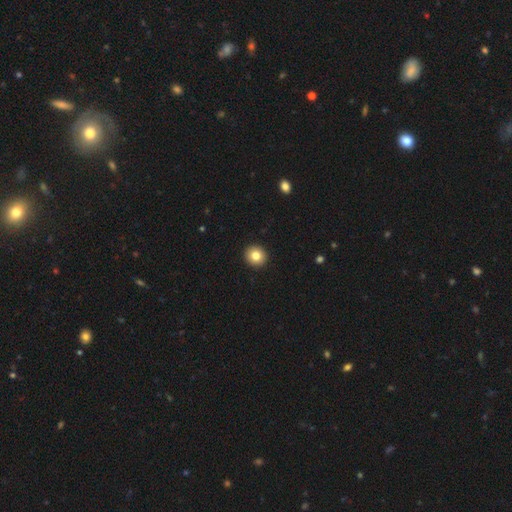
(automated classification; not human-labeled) smooth 82%, star or artifact 10%, featured or disk 8%. Down the decision tree: how rounded — round (89%); merging — none (94%).